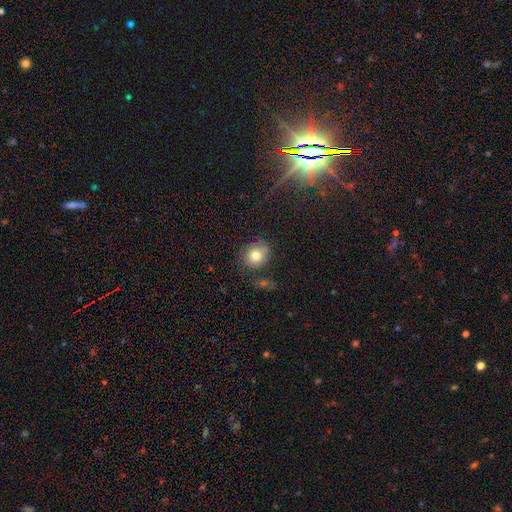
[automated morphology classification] Smooth or featured?
  - smooth: 79% *
  - featured or disk: 11%
  - star or artifact: 10%
How rounded?
  - round: 72% *
  - in between: 27%
  - cigar-shaped: 1%
Merging?
  - none: 71% *
  - minor disturbance: 18%
  - merger: 6%
  - major disturbance: 5%